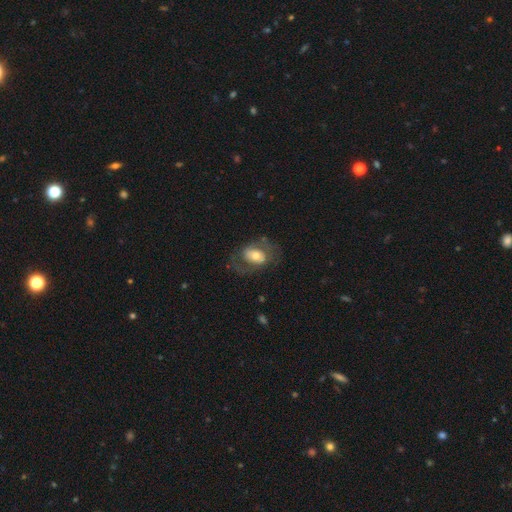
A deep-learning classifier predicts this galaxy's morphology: Q: Smooth or featured?
A: smooth (47%); runner-up: featured or disk (46%)
Q: Merging?
A: none (61%); runner-up: major disturbance (19%)